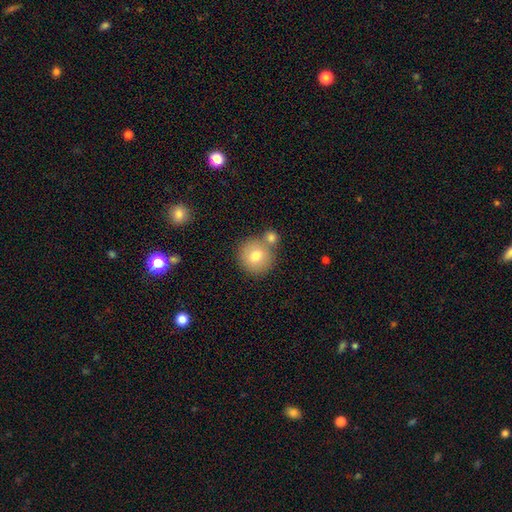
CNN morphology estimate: Smooth or featured: smooth — 76% (featured or disk — 15%)
How rounded: round — 92% (in between — 7%)
Merging: none — 61% (merger — 26%)